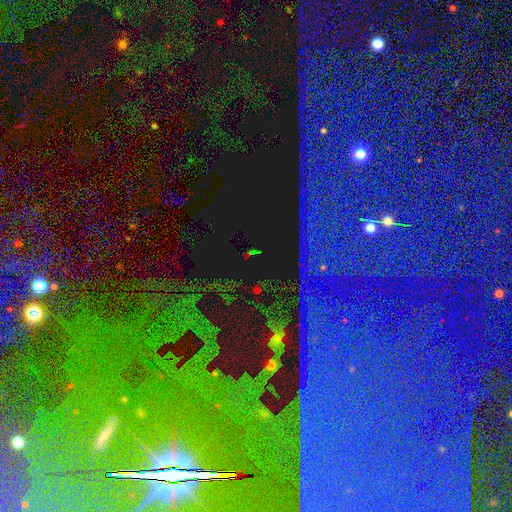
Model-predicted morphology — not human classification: Q: Smooth or featured?
A: star or artifact (80%); runner-up: smooth (11%)